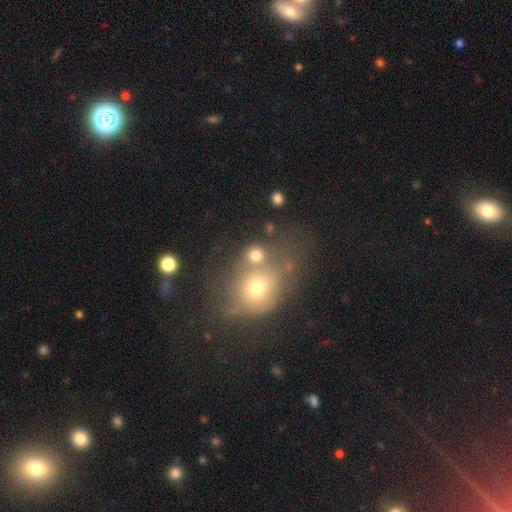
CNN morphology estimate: Overall: smooth (70%). How rounded: round (77%). Merging: none (45%; merger 37%).